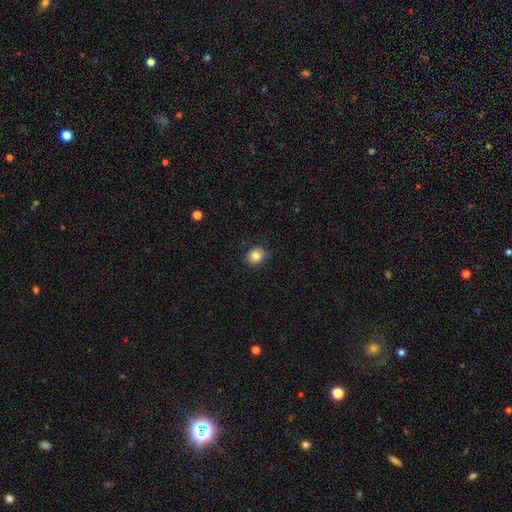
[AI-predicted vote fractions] smooth-or-featured: smooth: 82% | star or artifact: 10% | featured or disk: 8%
  how-rounded: round: 62% | in between: 37% | cigar-shaped: 1%
  merging: none: 81% | minor disturbance: 15% | major disturbance: 3% | merger: 1%